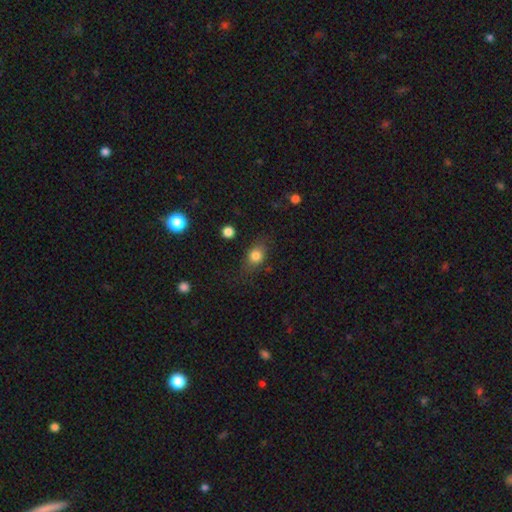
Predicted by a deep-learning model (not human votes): smooth 80%, star or artifact 10%, featured or disk 10%. Down the decision tree: how rounded — in between (62%); merging — none (72%).